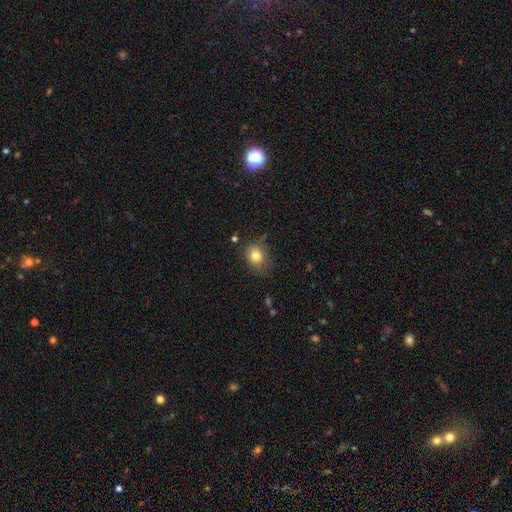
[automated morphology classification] Smooth or featured?
  - smooth: 80% *
  - star or artifact: 11%
  - featured or disk: 9%
How rounded?
  - round: 54% *
  - in between: 45%
  - cigar-shaped: 1%
Merging?
  - none: 67% *
  - minor disturbance: 23%
  - major disturbance: 7%
  - merger: 3%